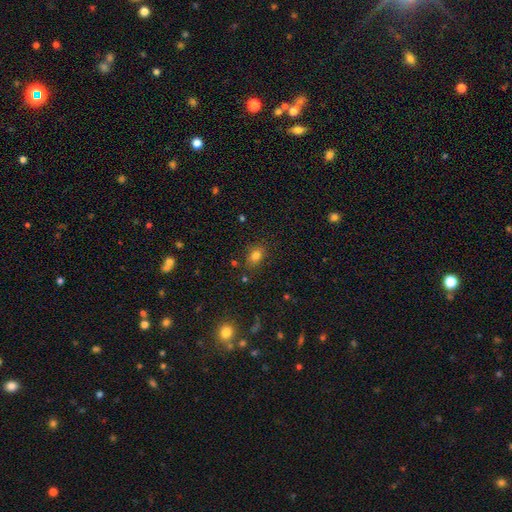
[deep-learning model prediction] Smooth or featured? smooth (79%)
How rounded? in between (69%)
Merging? none (81%)